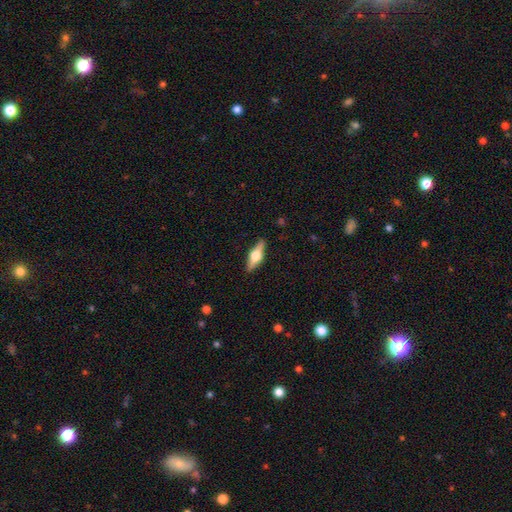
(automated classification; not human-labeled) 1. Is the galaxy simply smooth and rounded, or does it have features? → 60% featured or disk, 34% smooth, 6% star or artifact.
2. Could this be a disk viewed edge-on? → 95% yes, 5% no.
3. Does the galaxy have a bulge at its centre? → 94% rounded, 5% boxy, 1% none.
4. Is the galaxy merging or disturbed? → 88% none, 9% minor disturbance, 2% major disturbance, 1% merger.